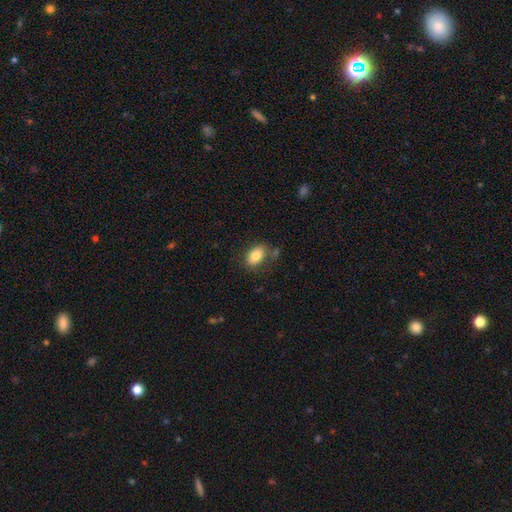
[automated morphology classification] smooth_or_featured: smooth (p=0.81) [alt: featured or disk p=0.11]
how_rounded: in between (p=0.88) [alt: round p=0.11]
merging: none (p=0.73) [alt: minor disturbance p=0.16]